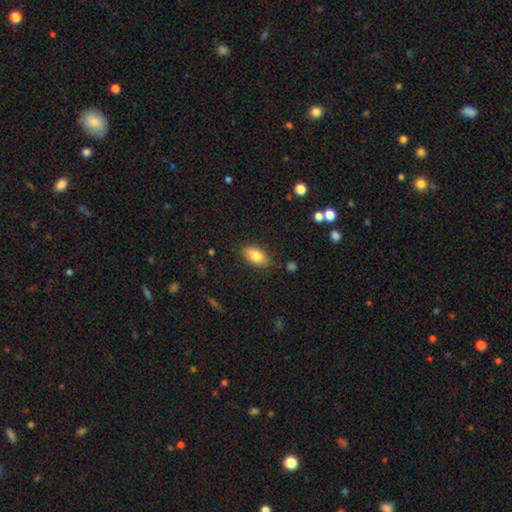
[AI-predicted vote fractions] smooth-or-featured: smooth: 81% | featured or disk: 11% | star or artifact: 8%
  how-rounded: in between: 90% | round: 6% | cigar-shaped: 4%
  merging: none: 85% | minor disturbance: 11% | major disturbance: 3% | merger: 1%